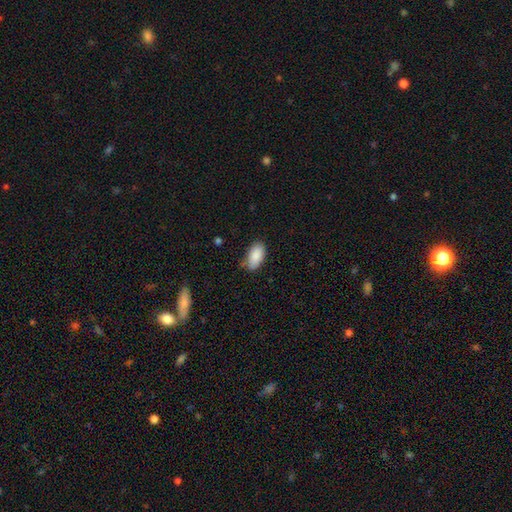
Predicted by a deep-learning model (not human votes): Overall: smooth (88%). How rounded: in between (94%). Merging: none (77%).